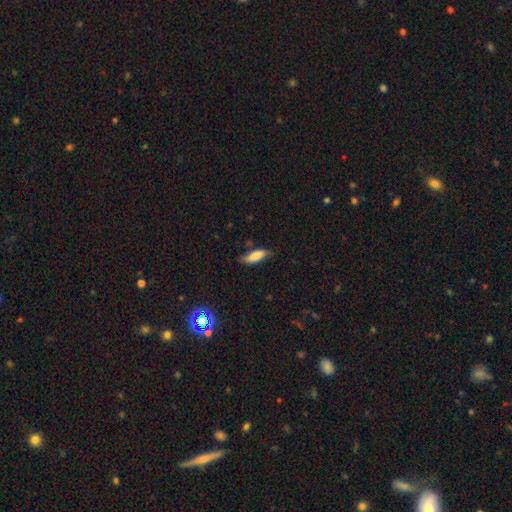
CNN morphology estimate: Smooth or featured? smooth (79%)
How rounded? in between (65%)
Merging? none (69%)